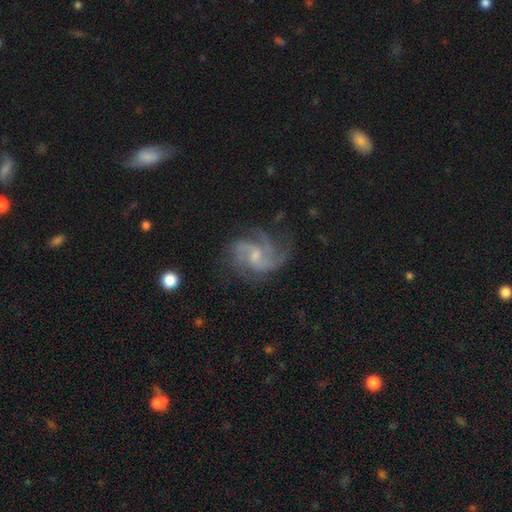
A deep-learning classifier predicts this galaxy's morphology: smooth_or_featured: featured or disk (p=0.86) [alt: smooth p=0.07]
disk_edge_on: no (p=0.98) [alt: yes p=0.02]
bar: no (p=0.51) [alt: weak p=0.41]
has_spiral_arms: yes (p=0.96) [alt: no p=0.04]
spiral_winding: medium (p=0.53) [alt: tight p=0.24]
spiral_arm_count: 3 (p=0.45) [alt: 4 p=0.17]
bulge_size: small (p=0.49) [alt: moderate p=0.39]
merging: none (p=0.63) [alt: minor disturbance p=0.19]